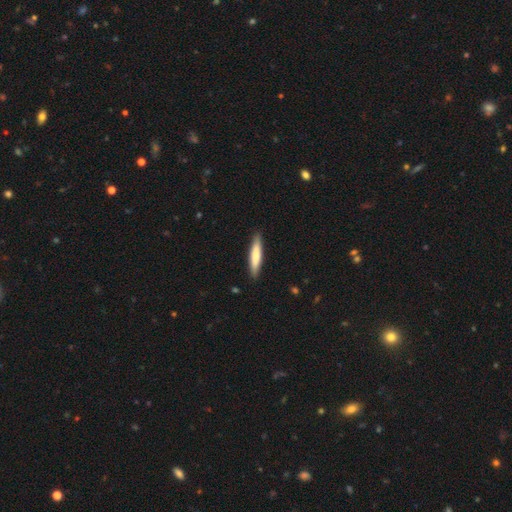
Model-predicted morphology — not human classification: Q: Smooth or featured?
A: smooth (74%); runner-up: featured or disk (21%)
Q: How rounded?
A: cigar-shaped (86%); runner-up: in between (13%)
Q: Merging?
A: none (89%); runner-up: minor disturbance (8%)